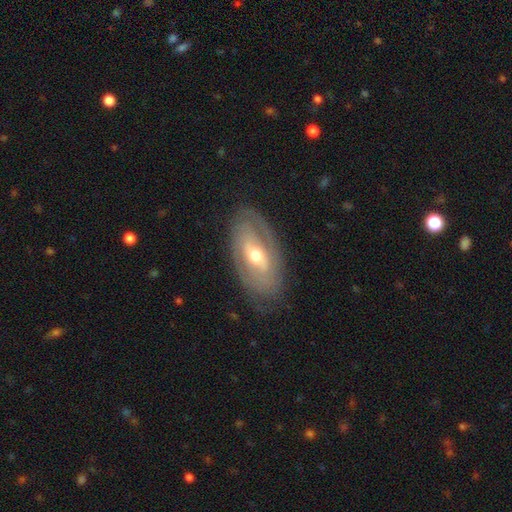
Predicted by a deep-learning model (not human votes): Smooth or featured? featured or disk (73%)
Edge-on disk? no (89%)
Bar? no (38%)
Spiral arms? yes (62%)
Bulge size? moderate (68%)
Merging? none (79%)